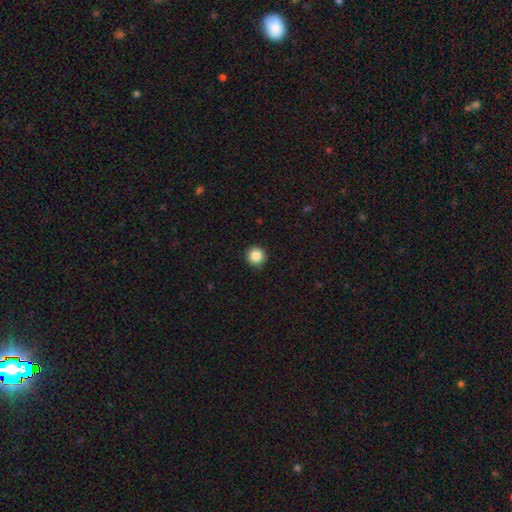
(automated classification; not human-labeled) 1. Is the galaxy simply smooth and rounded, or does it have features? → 86% smooth, 10% star or artifact, 4% featured or disk.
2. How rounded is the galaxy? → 95% round, 4% in between, 1% cigar-shaped.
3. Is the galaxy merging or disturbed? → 92% none, 5% minor disturbance, 2% major disturbance, 1% merger.